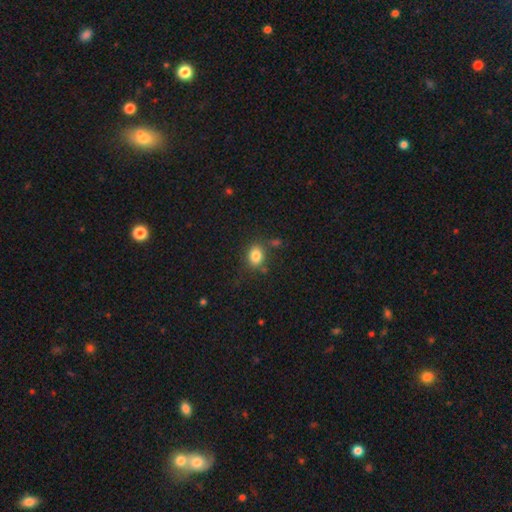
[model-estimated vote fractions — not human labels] Smooth or featured: smooth — 83% (star or artifact — 11%)
How rounded: in between — 54% (round — 45%)
Merging: none — 76% (minor disturbance — 14%)